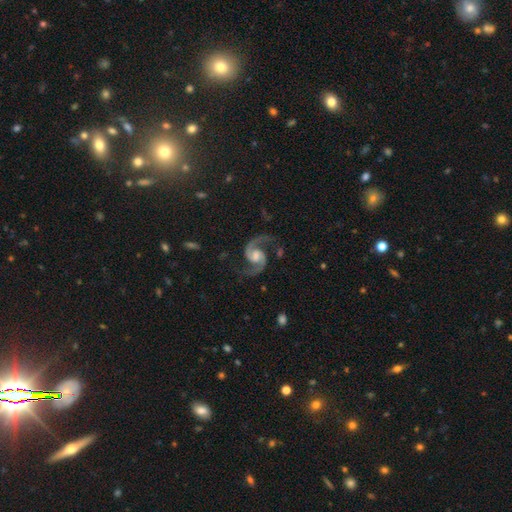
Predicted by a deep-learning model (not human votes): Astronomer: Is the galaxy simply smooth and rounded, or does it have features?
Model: featured or disk — 93%.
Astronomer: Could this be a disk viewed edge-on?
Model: no — 98%.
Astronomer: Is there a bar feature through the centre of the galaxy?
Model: no — 47% (runner-up: weak, 42%).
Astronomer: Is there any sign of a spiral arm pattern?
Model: yes — 98%.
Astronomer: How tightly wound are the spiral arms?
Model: medium — 56% (runner-up: loose, 34%).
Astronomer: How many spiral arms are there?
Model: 2 — 95%.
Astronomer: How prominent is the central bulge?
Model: moderate — 48%.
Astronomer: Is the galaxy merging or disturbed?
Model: none — 78%.